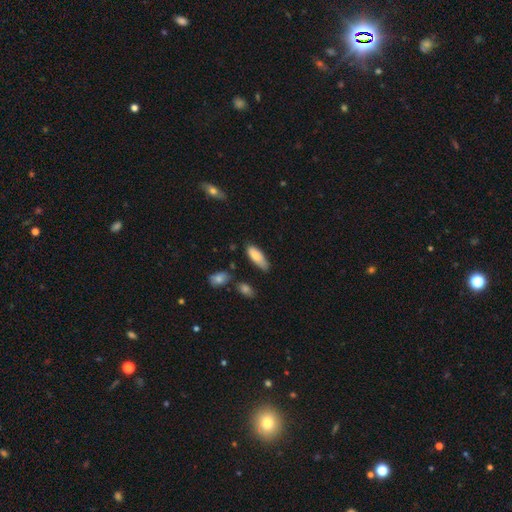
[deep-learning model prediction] Smooth or featured? smooth (80%)
How rounded? in between (72%)
Merging? none (65%)